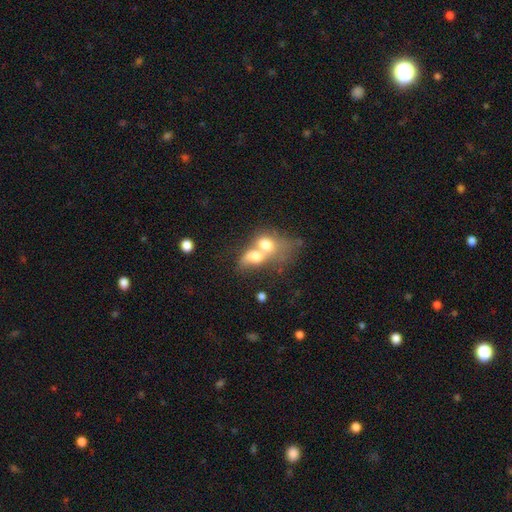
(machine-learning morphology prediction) smooth-or-featured: smooth: 61% | featured or disk: 29% | star or artifact: 10%
  how-rounded: in between: 62% | round: 35% | cigar-shaped: 3%
  merging: merger: 79% | none: 9% | major disturbance: 8% | minor disturbance: 5%